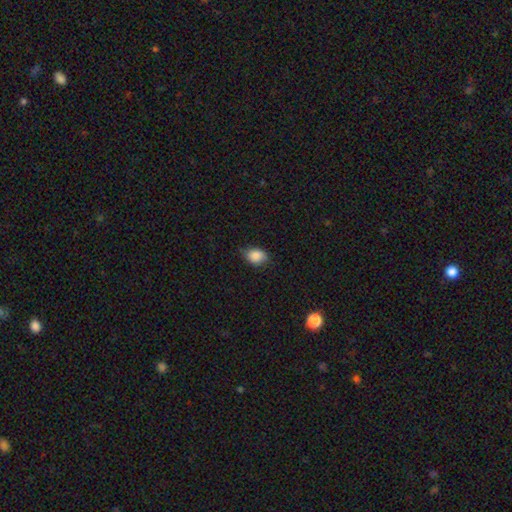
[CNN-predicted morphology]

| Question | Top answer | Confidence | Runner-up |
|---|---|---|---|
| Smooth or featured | smooth | 87% | star or artifact (8%) |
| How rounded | in between | 72% | round (26%) |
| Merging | none | 73% | minor disturbance (22%) |